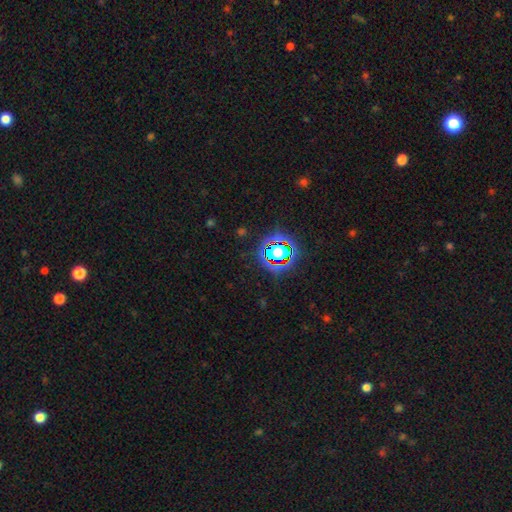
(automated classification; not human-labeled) This is likely a star or artifact rather than a galaxy (78%).